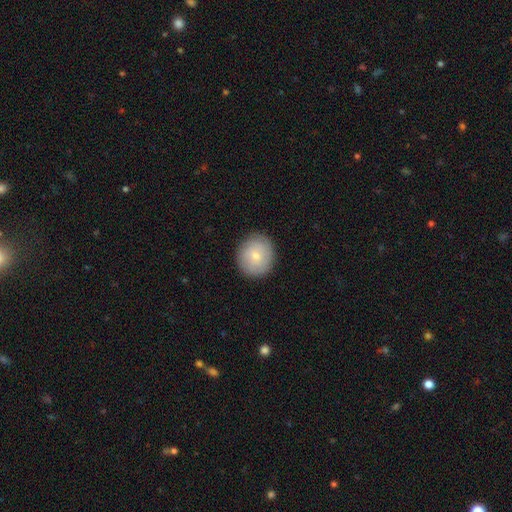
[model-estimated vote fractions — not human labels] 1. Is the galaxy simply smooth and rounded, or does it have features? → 71% smooth, 22% featured or disk, 7% star or artifact.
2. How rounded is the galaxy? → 76% round, 23% in between, 1% cigar-shaped.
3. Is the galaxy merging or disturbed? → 87% none, 9% minor disturbance, 2% major disturbance, 1% merger.